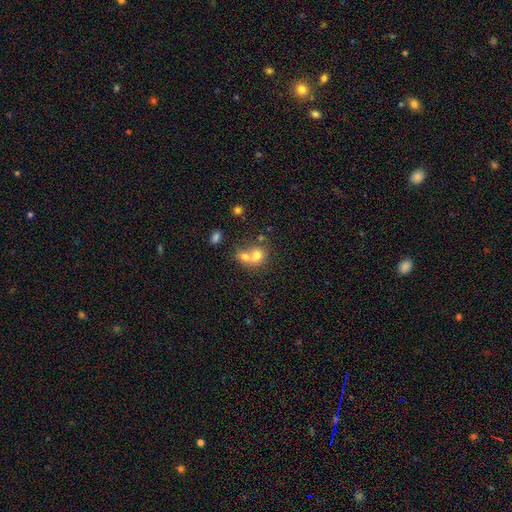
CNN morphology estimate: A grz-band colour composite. It shows a smooth galaxy with no disk features (71%) that is round (66%). Merging: merger (65%).